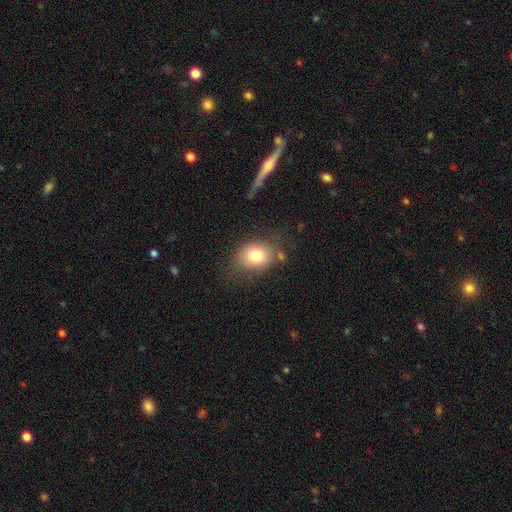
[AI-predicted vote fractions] Overall: smooth (77%). How rounded: in between (51%; round 48%). Merging: none (69%).